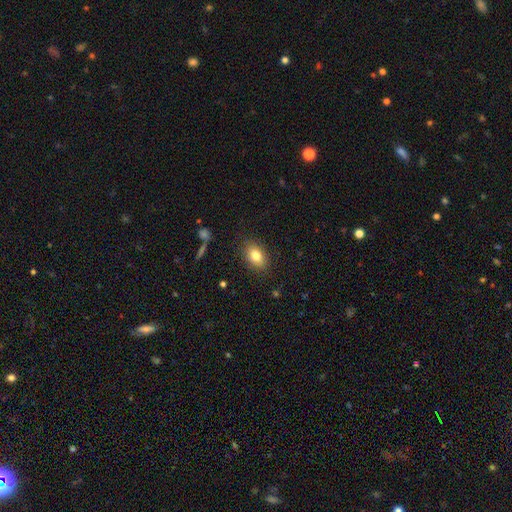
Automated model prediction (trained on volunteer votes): This appears to be a smooth galaxy with no disk features (82%) that is in between round and cigar-shaped (83%). Merging: none (85%).